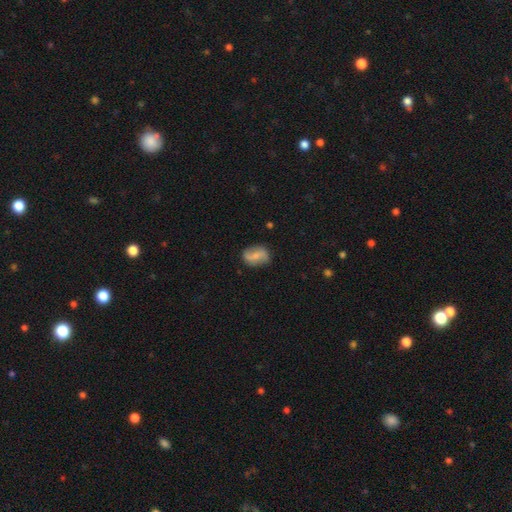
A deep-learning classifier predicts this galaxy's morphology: This is possibly a featured or disk galaxy (53%). It is clearly not viewed edge-on (96%). Bar: marginally weak (42%). Spiral arm pattern: clearly yes (85%). Central bulge: possibly small (45%). Merging: likely none (76%).